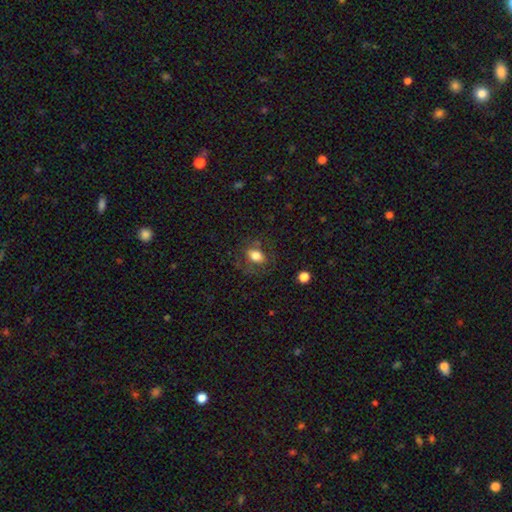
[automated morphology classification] Smooth or featured?
  - smooth: 72% *
  - featured or disk: 19%
  - star or artifact: 10%
How rounded?
  - in between: 73% *
  - round: 25%
  - cigar-shaped: 2%
Merging?
  - none: 69% *
  - minor disturbance: 18%
  - major disturbance: 12%
  - merger: 2%